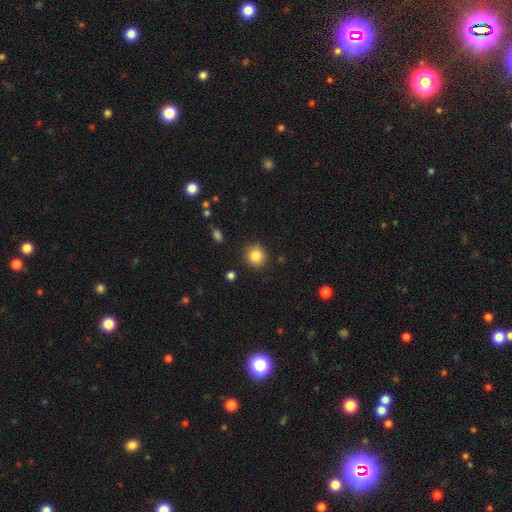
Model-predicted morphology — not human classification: type=smooth (85%); roundness=round (89%); merging=none (88%).